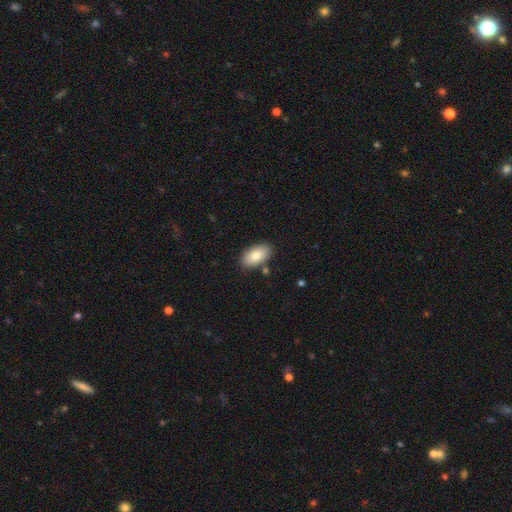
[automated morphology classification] smooth-or-featured: smooth: 82% | featured or disk: 12% | star or artifact: 6%
  how-rounded: in between: 94% | round: 4% | cigar-shaped: 2%
  merging: none: 84% | minor disturbance: 10% | merger: 4% | major disturbance: 2%